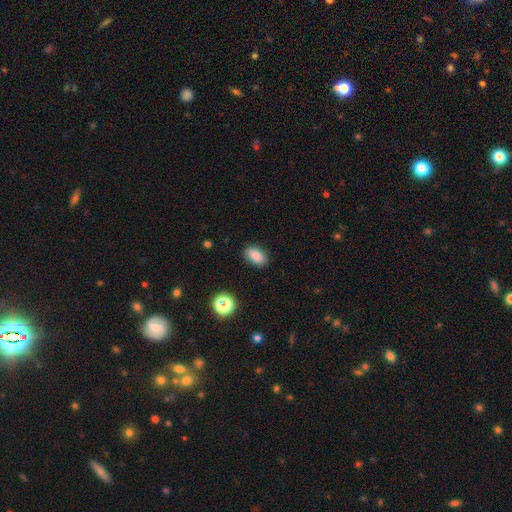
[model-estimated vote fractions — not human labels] Overall: smooth (82%). How rounded: in between (88%). Merging: none (85%).